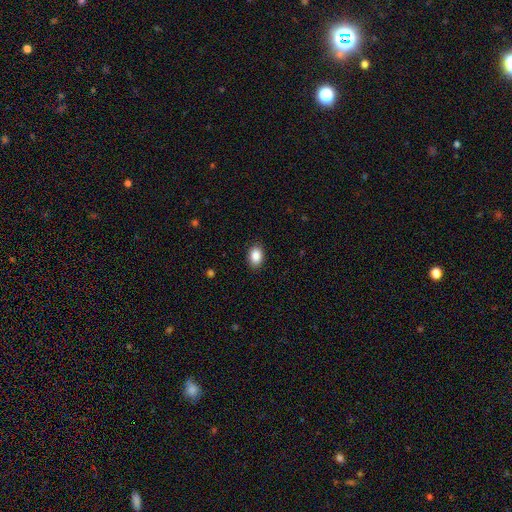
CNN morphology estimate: Smooth or featured: smooth — 89% (star or artifact — 8%)
How rounded: in between — 82% (round — 16%)
Merging: none — 88% (minor disturbance — 9%)